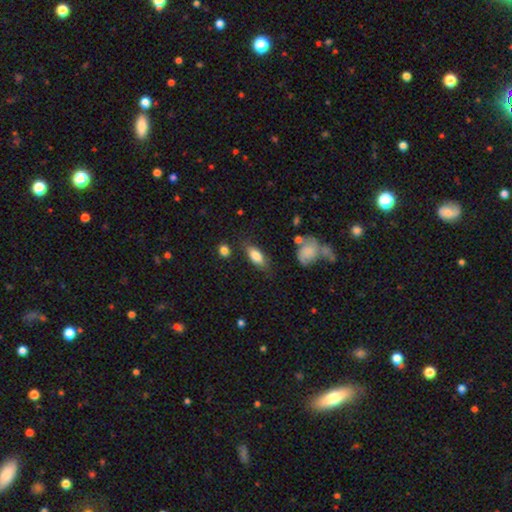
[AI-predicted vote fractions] The model was most divided on "merging": none: 71%, minor disturbance: 19%, major disturbance: 6%, merger: 3%. More confident: how rounded — in between (80%); smooth or featured — smooth (80%).